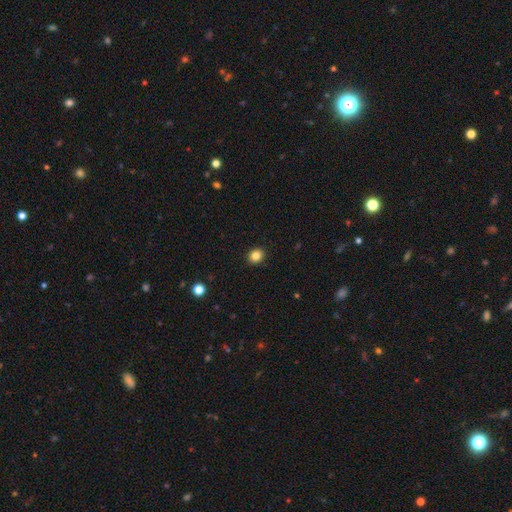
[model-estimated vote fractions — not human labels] Smooth or featured: smooth — 84% (star or artifact — 11%)
How rounded: round — 70% (in between — 29%)
Merging: none — 92% (minor disturbance — 6%)